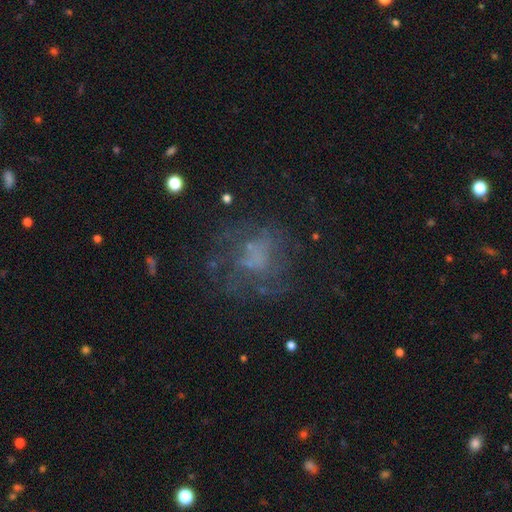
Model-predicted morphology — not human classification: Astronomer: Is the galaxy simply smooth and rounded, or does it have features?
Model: featured or disk — 50% (runner-up: smooth, 30%).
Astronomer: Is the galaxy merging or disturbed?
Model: none — 57%.